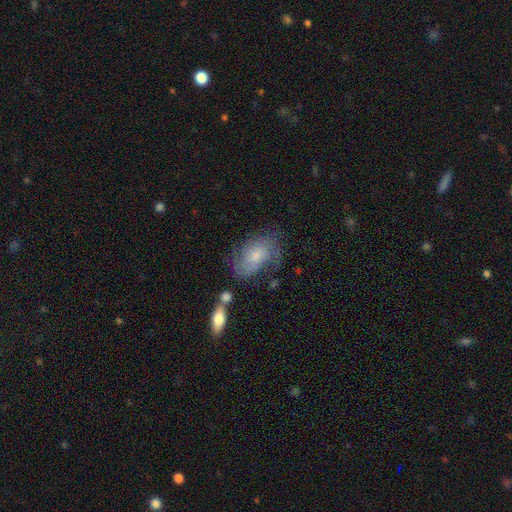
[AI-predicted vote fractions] Morphology: type=featured or disk (57%); edge-on=no (95%); bar=no (68%); spiral arms=yes (82%); bulge=small (47%); merging=none (55%).